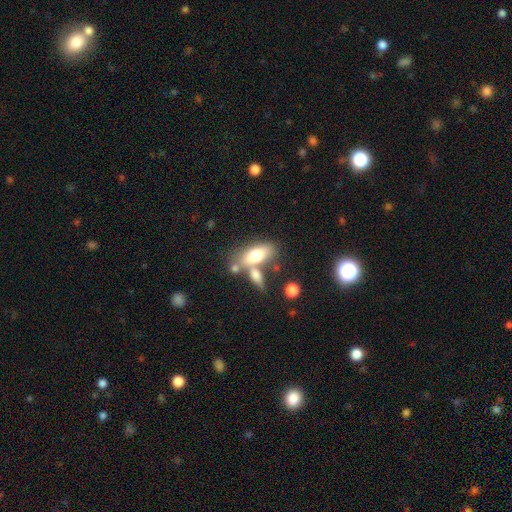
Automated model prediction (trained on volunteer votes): Morphology: type=smooth (68%); roundness=in between (79%); merging=none (46%).